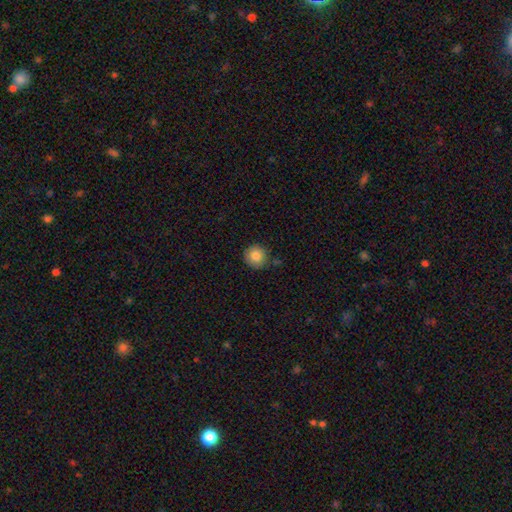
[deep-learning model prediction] Smooth or featured: smooth — 84% (star or artifact — 9%)
How rounded: round — 94% (in between — 5%)
Merging: none — 84% (minor disturbance — 11%)